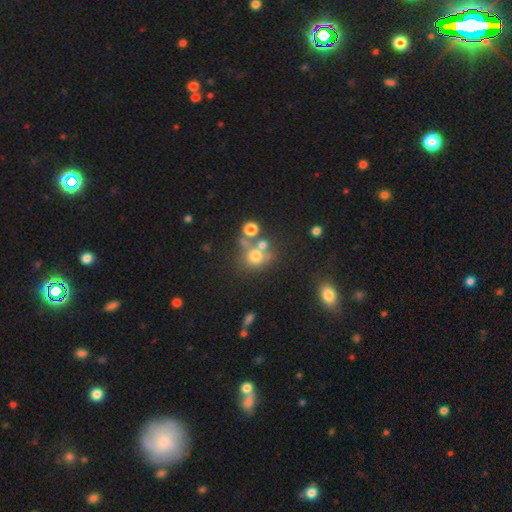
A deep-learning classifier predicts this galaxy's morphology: smooth_or_featured: smooth (p=0.64) [alt: star or artifact p=0.18]
how_rounded: round (p=0.80) [alt: in between p=0.19]
merging: none (p=0.49) [alt: merger p=0.32]